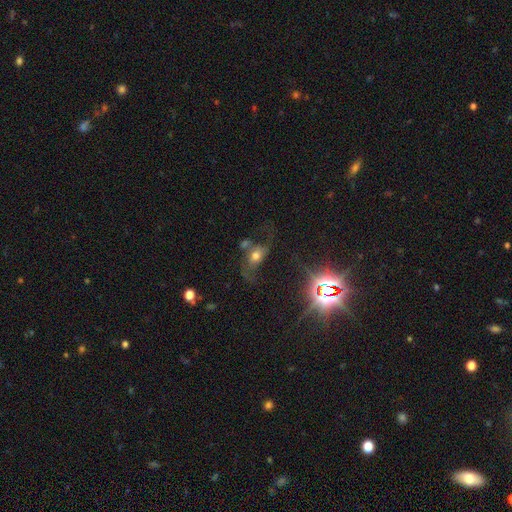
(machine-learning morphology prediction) Q: Smooth or featured?
A: featured or disk (43%); runner-up: smooth (38%)
Q: Merging?
A: none (36%); runner-up: major disturbance (29%)